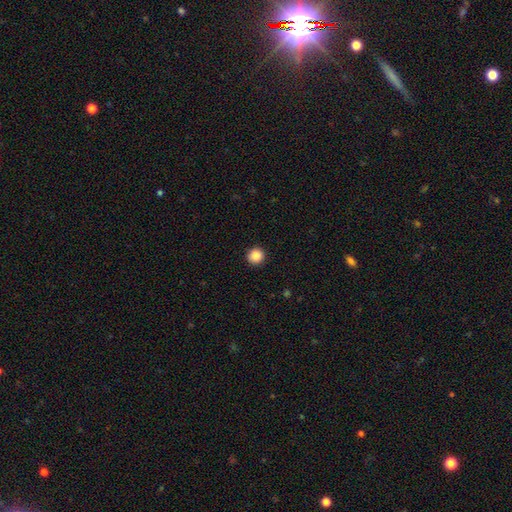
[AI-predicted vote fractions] Smooth or featured?
  - smooth: 88% *
  - star or artifact: 9%
  - featured or disk: 2%
How rounded?
  - round: 95% *
  - in between: 4%
  - cigar-shaped: 1%
Merging?
  - none: 92% *
  - minor disturbance: 5%
  - major disturbance: 2%
  - merger: 1%